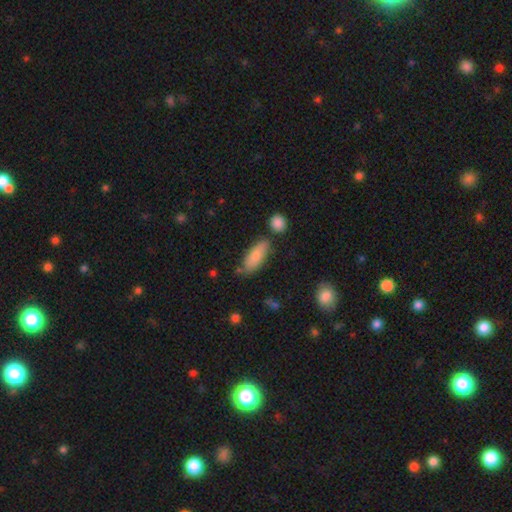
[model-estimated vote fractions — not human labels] The model was most divided on "how rounded": in between: 70%, cigar-shaped: 28%, round: 2%. More confident: smooth or featured — smooth (81%); merging — none (70%).